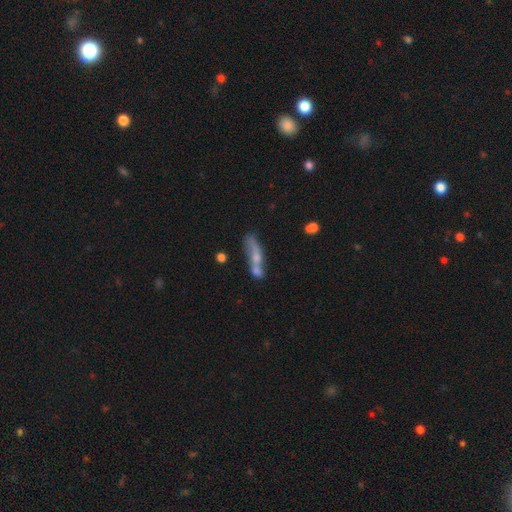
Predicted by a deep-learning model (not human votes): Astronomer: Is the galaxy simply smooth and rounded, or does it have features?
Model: smooth — 51% (runner-up: featured or disk, 39%).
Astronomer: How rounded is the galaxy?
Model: cigar-shaped — 68%.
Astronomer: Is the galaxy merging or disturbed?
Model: merger — 38% (runner-up: none, 32%).